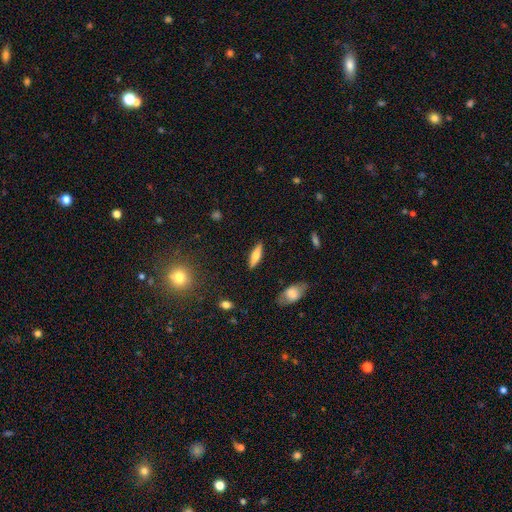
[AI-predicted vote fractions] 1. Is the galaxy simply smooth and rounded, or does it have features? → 61% smooth, 32% featured or disk, 7% star or artifact.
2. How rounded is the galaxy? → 65% cigar-shaped, 33% in between, 2% round.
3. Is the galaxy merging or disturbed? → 88% none, 8% minor disturbance, 2% major disturbance, 2% merger.